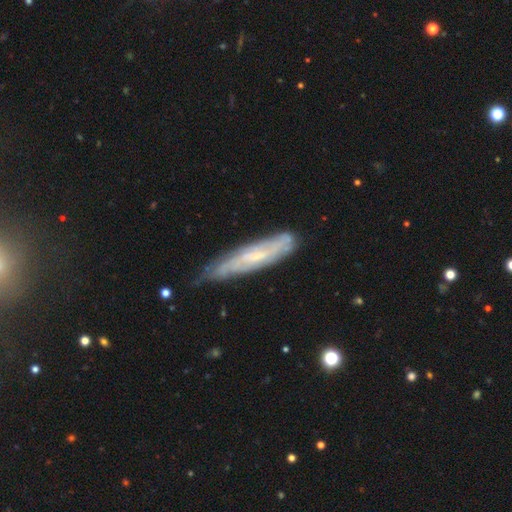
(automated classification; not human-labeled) Smooth or featured? Predicted: featured or disk (p=0.69). Edge-on disk? Predicted: no (p=0.57). Merging? Predicted: none (p=0.66).